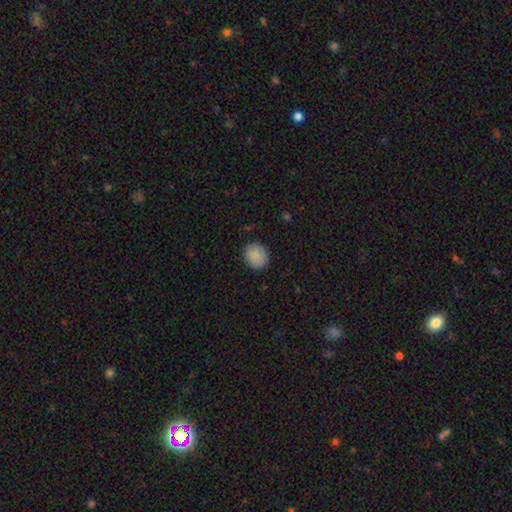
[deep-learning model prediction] A smooth galaxy with no disk features (89%) that is round (72%). Merging: none (87%).